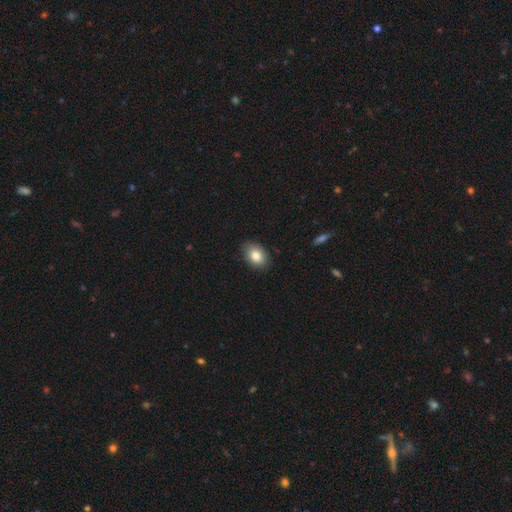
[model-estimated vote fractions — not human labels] Smooth or featured: smooth — 81% (featured or disk — 10%)
How rounded: in between — 77% (round — 22%)
Merging: none — 86% (minor disturbance — 11%)